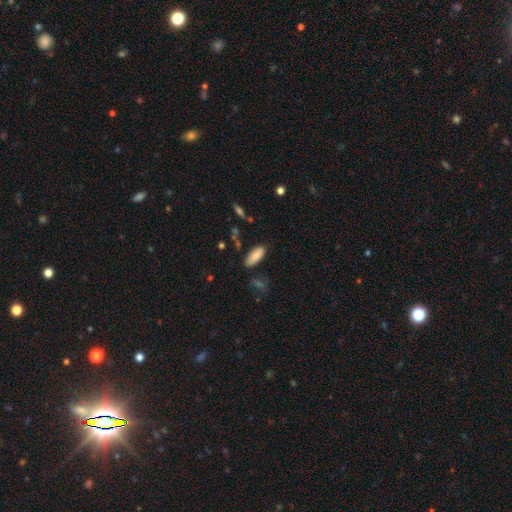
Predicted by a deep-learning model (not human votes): A smooth galaxy with no disk features (86%) that is in between round and cigar-shaped (78%).

Vote fractions:
- Smooth or featured? smooth: 86% / featured or disk: 7% / star or artifact: 7%
- How rounded? in between: 78% / cigar-shaped: 20% / round: 2%
- Merging? none: 81% / minor disturbance: 13% / major disturbance: 3% / merger: 3%